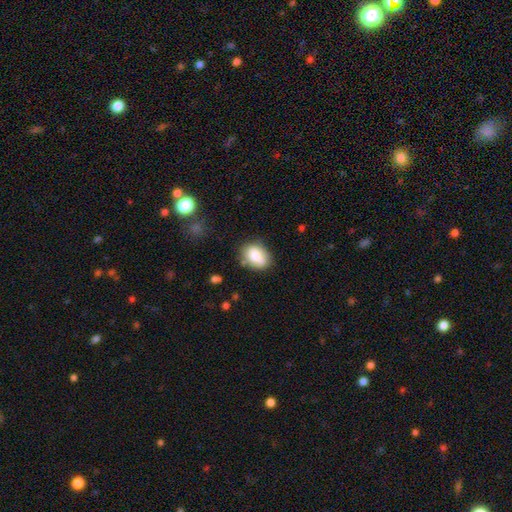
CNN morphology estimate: type=smooth (83%); roundness=in between (78%); merging=none (72%).